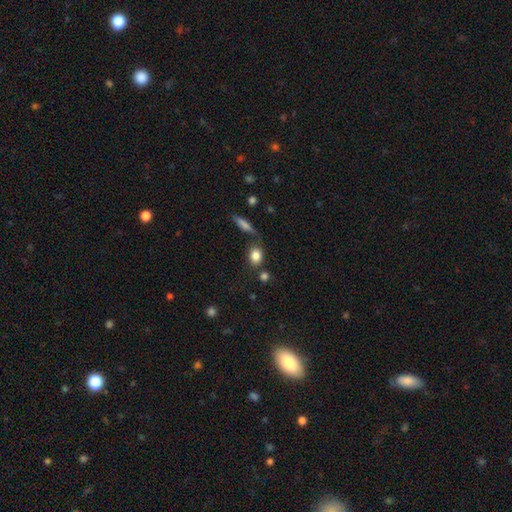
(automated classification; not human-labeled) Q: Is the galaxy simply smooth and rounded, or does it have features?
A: smooth — 83%.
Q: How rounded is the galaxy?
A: in between — 54%.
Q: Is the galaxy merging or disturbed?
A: none — 65%.